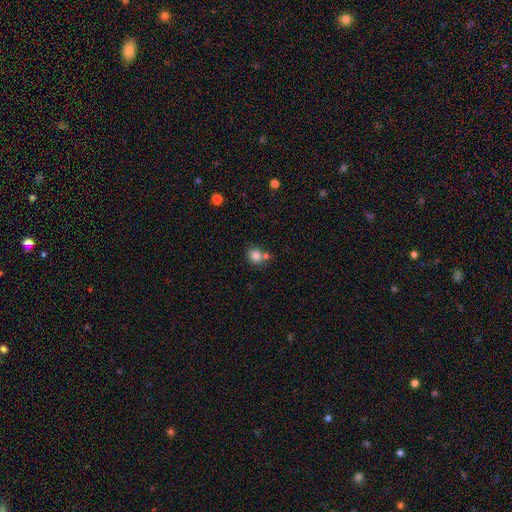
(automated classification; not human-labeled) Morphology: type=smooth (82%); roundness=round (80%); merging=none (57%).